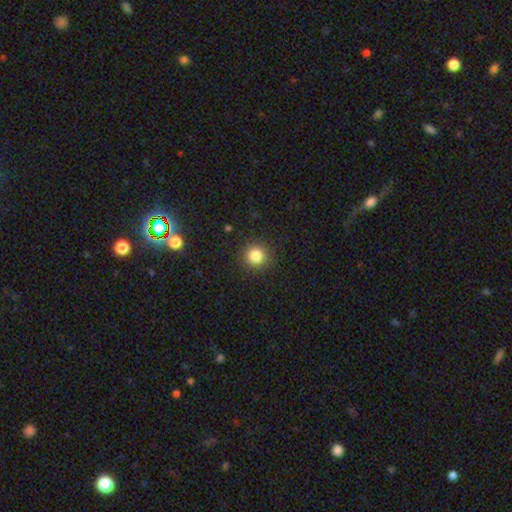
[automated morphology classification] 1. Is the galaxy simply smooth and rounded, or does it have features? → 83% smooth, 12% star or artifact, 5% featured or disk.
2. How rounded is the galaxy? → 93% round, 6% in between, 1% cigar-shaped.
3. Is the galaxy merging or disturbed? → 90% none, 6% minor disturbance, 2% major disturbance, 1% merger.